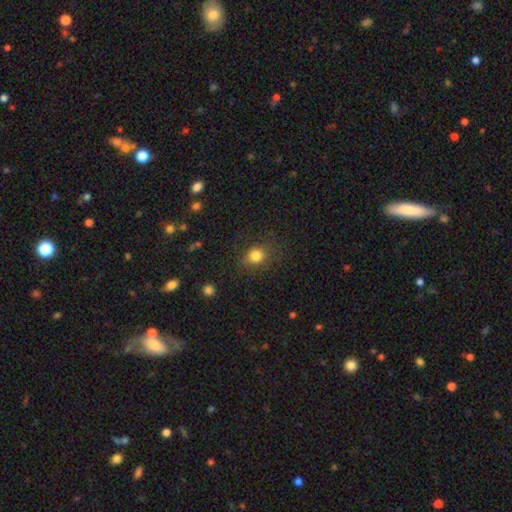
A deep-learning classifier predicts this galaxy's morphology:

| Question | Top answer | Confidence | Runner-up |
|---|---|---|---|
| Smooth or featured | smooth | 81% | star or artifact (12%) |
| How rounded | round | 75% | in between (24%) |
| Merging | none | 75% | minor disturbance (16%) |